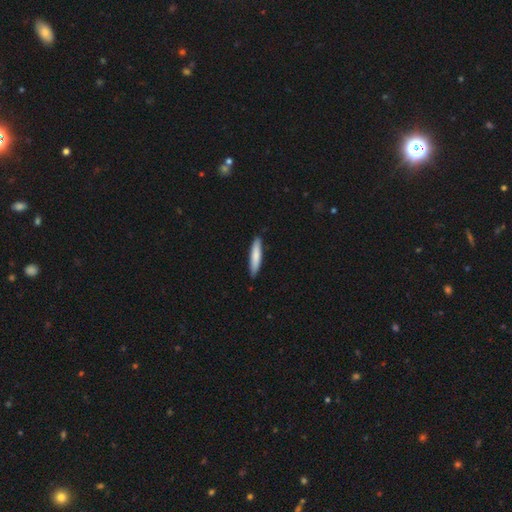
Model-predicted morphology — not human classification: Q: Smooth or featured?
A: smooth (78%); runner-up: featured or disk (17%)
Q: How rounded?
A: cigar-shaped (87%); runner-up: in between (12%)
Q: Merging?
A: none (87%); runner-up: minor disturbance (10%)